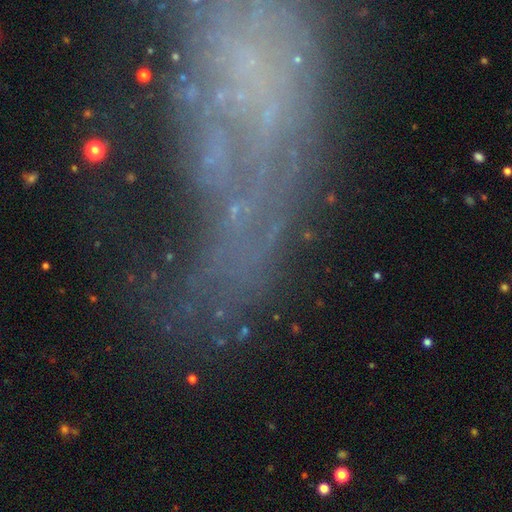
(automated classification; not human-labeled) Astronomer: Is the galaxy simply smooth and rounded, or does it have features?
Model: featured or disk — 48% (runner-up: star or artifact, 32%).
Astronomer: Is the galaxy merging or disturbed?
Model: none — 48% (runner-up: major disturbance, 24%).